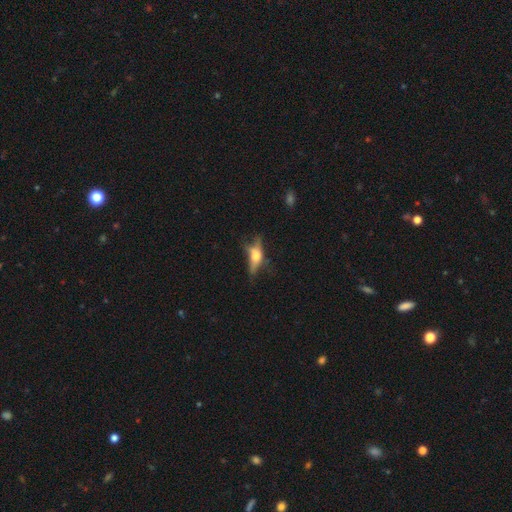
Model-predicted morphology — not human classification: A featured or disk galaxy (45%). Merging: none (41%).